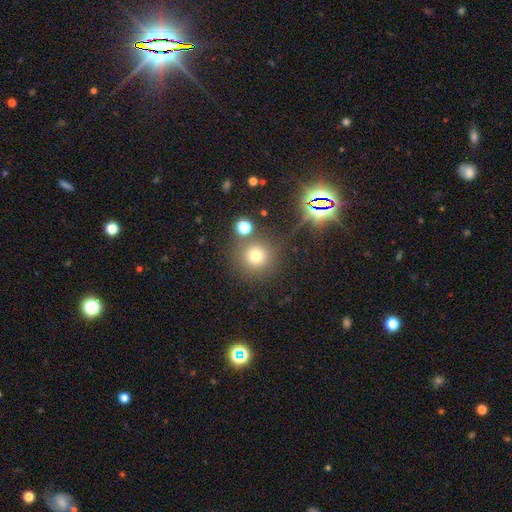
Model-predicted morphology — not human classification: Q: Smooth or featured?
A: smooth (71%); runner-up: star or artifact (20%)
Q: How rounded?
A: round (94%); runner-up: in between (5%)
Q: Merging?
A: none (77%); runner-up: merger (10%)